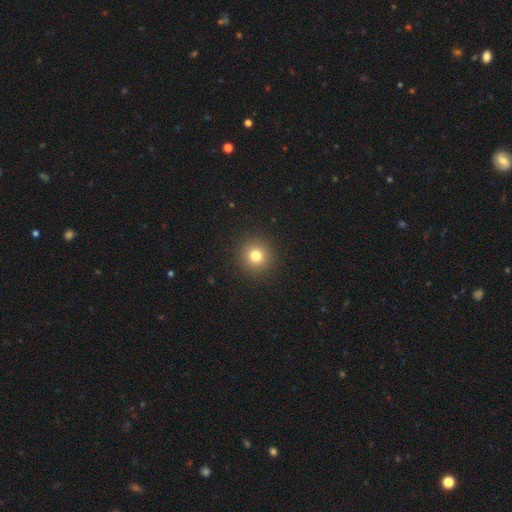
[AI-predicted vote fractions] Smooth or featured: smooth — 78% (star or artifact — 14%)
How rounded: round — 94% (in between — 5%)
Merging: none — 92% (minor disturbance — 5%)